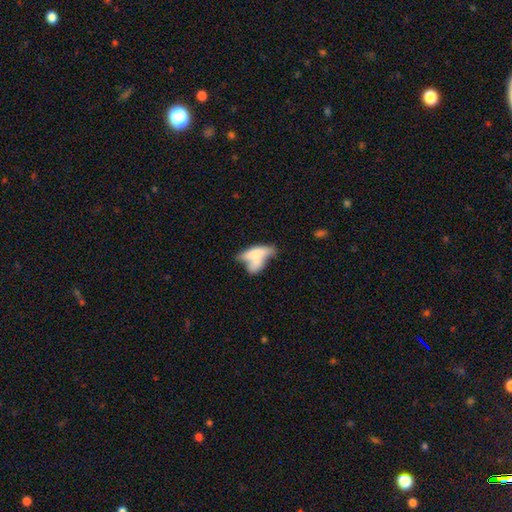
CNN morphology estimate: A smooth galaxy with no disk features (57%) that is in between round and cigar-shaped (59%).

Vote fractions:
- Smooth or featured? smooth: 57% / featured or disk: 35% / star or artifact: 8%
- How rounded? in between: 59% / cigar-shaped: 36% / round: 6%
- Merging? merger: 50% / none: 24% / major disturbance: 13% / minor disturbance: 13%